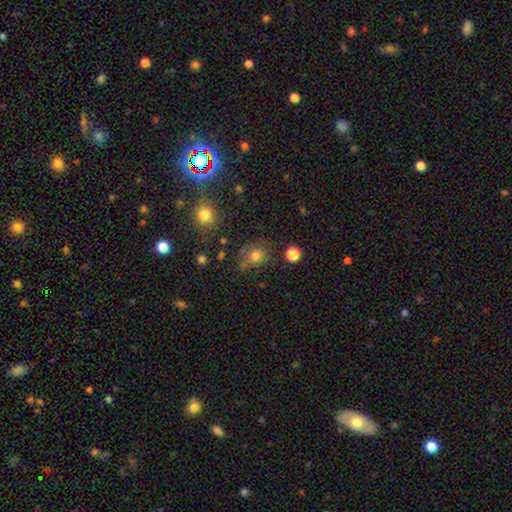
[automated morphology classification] A smooth galaxy with no disk features (75%) that is round (72%). Merging: none (63%).